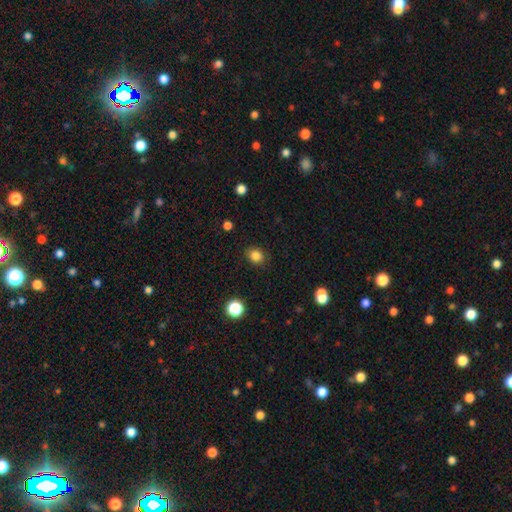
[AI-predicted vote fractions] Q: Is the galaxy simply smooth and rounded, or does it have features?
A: smooth — 84%.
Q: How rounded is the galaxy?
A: round — 66%.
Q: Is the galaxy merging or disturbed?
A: none — 87%.